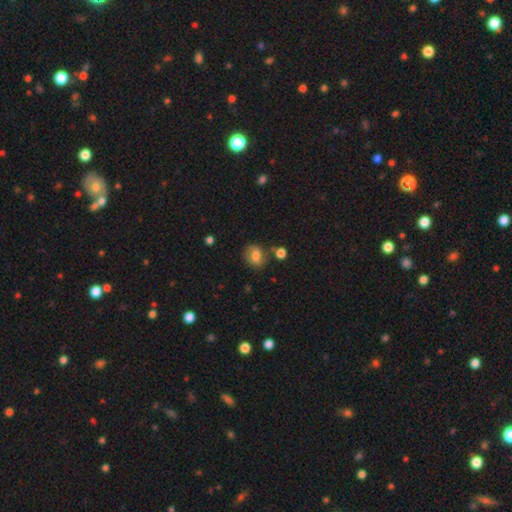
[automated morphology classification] Smooth or featured? Predicted: smooth (p=0.73). How rounded? Predicted: in between (p=0.51). Merging? Predicted: none (p=0.68).